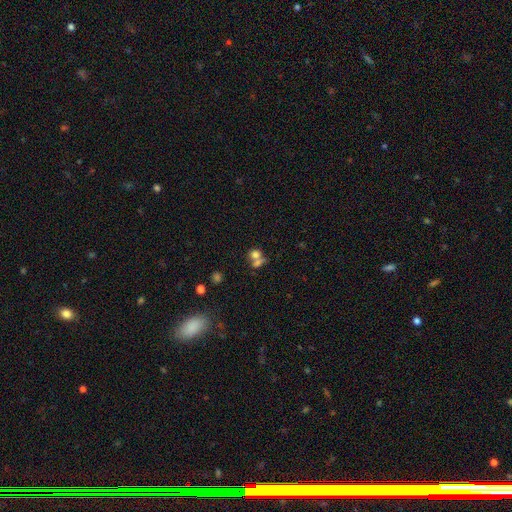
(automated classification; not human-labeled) Overall: smooth (71%). How rounded: round (65%; in between 33%). Merging: merger (54%; none 32%).